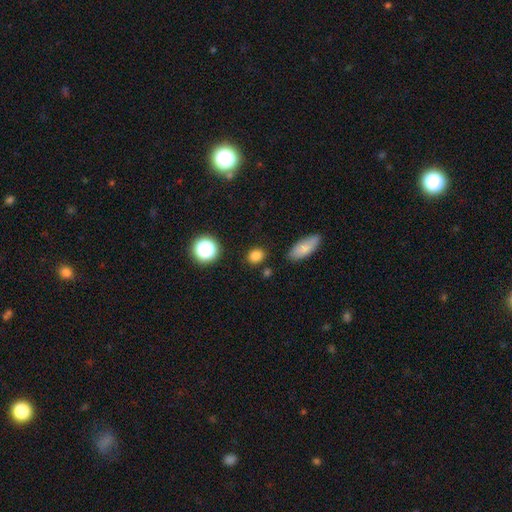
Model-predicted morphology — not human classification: smooth-or-featured: smooth: 82% | star or artifact: 13% | featured or disk: 4%
  how-rounded: round: 65% | in between: 33% | cigar-shaped: 2%
  merging: none: 84% | minor disturbance: 10% | merger: 3% | major disturbance: 3%